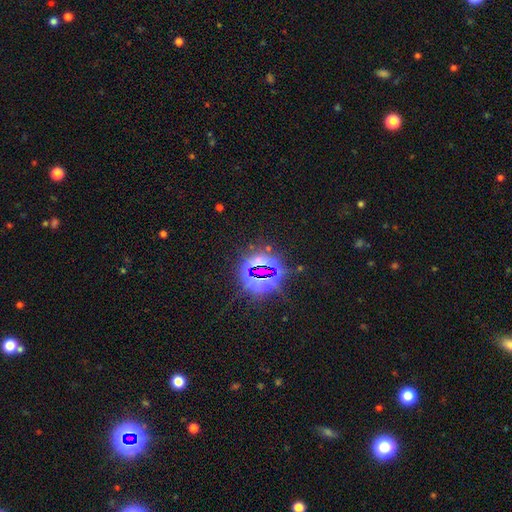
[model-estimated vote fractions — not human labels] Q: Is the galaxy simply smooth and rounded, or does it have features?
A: star or artifact — 82%.